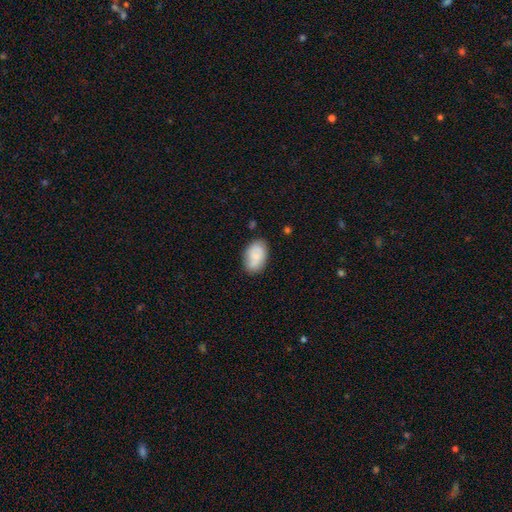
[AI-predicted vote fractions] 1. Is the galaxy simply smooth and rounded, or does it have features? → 75% smooth, 18% featured or disk, 7% star or artifact.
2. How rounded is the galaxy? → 91% in between, 8% round, 1% cigar-shaped.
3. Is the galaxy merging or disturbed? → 74% none, 19% minor disturbance, 4% major disturbance, 3% merger.